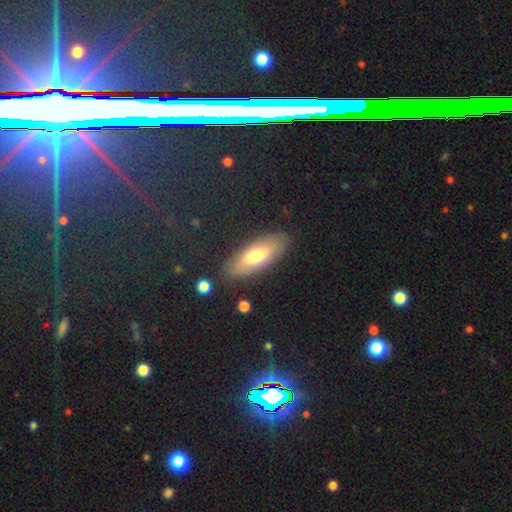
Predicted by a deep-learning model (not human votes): The model was most divided on "smooth or featured": smooth: 58%, featured or disk: 35%, star or artifact: 7%. More confident: merging — none (84%); how rounded — in between (69%).